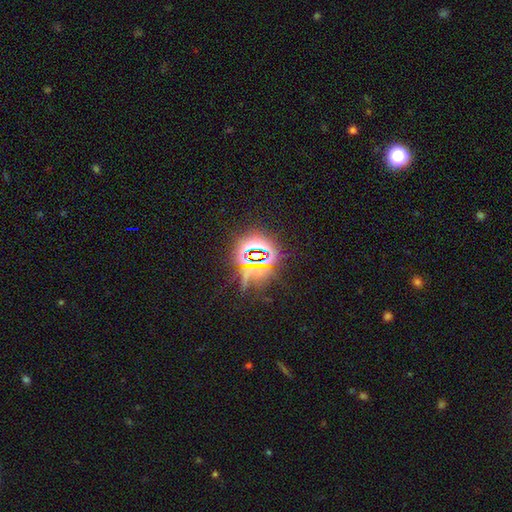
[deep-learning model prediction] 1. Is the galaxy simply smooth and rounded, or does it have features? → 79% star or artifact, 12% smooth, 9% featured or disk.